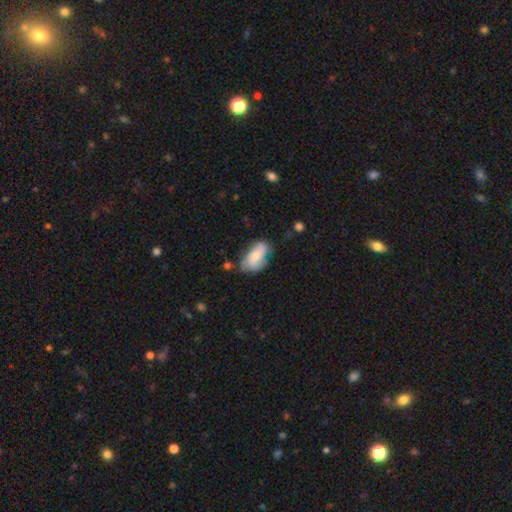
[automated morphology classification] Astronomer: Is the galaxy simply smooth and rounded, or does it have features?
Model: smooth — 59% (runner-up: featured or disk, 35%).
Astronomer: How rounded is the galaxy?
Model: in between — 92%.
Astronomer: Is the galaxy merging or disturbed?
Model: none — 54% (runner-up: minor disturbance, 32%).